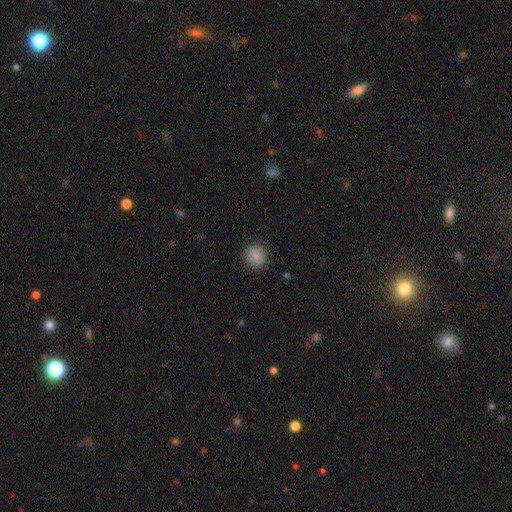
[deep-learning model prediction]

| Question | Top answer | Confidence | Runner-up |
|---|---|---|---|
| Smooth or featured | smooth | 88% | star or artifact (9%) |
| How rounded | round | 87% | in between (12%) |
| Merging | none | 89% | minor disturbance (8%) |